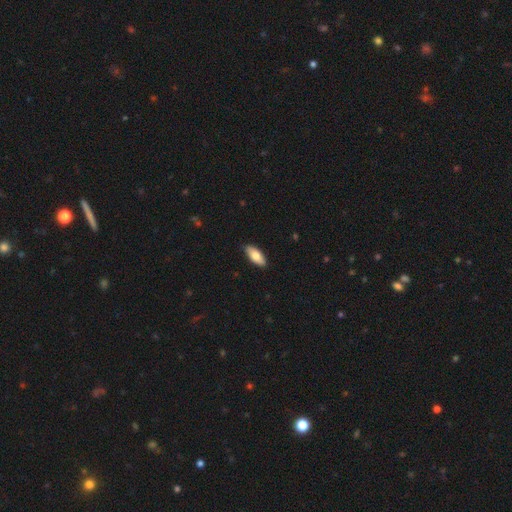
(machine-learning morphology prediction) smooth-or-featured: smooth: 78% | featured or disk: 17% | star or artifact: 6%
  how-rounded: in between: 84% | cigar-shaped: 14% | round: 2%
  merging: none: 89% | minor disturbance: 9% | major disturbance: 2% | merger: 1%